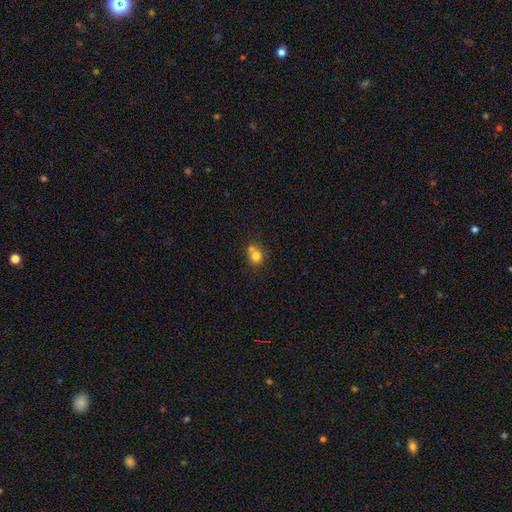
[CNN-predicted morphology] This appears to be a smooth galaxy with no disk features (75%) that is round (76%). Merging: none (43%, tied with merger).